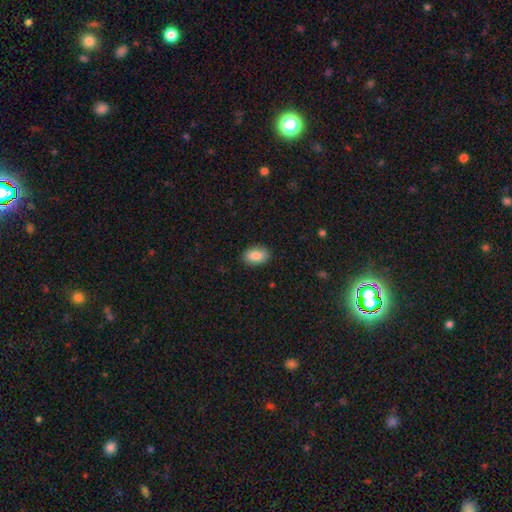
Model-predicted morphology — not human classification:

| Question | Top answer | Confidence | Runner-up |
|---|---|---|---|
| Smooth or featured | smooth | 83% | featured or disk (9%) |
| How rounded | in between | 86% | round (12%) |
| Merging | none | 86% | minor disturbance (10%) |